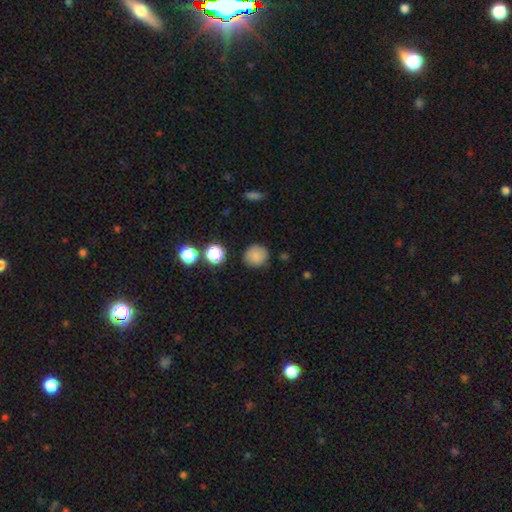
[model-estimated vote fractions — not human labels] Smooth or featured?
  - smooth: 82% *
  - star or artifact: 12%
  - featured or disk: 6%
How rounded?
  - round: 89% *
  - in between: 10%
  - cigar-shaped: 1%
Merging?
  - none: 84% *
  - minor disturbance: 11%
  - major disturbance: 3%
  - merger: 2%